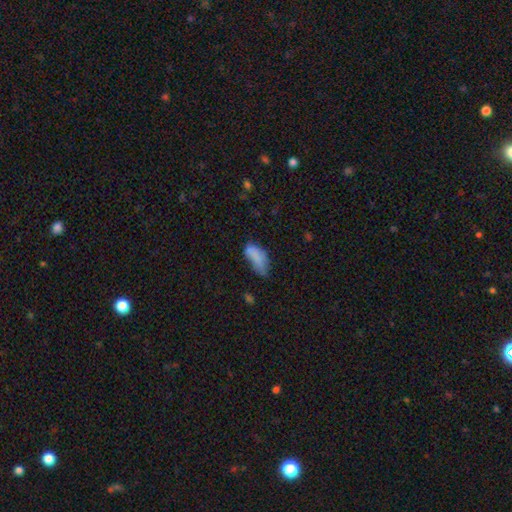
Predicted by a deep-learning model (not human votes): smooth_or_featured: smooth (p=0.79) [alt: featured or disk p=0.11]
how_rounded: in between (p=0.86) [alt: cigar-shaped p=0.11]
merging: minor disturbance (p=0.39) [alt: none p=0.34]